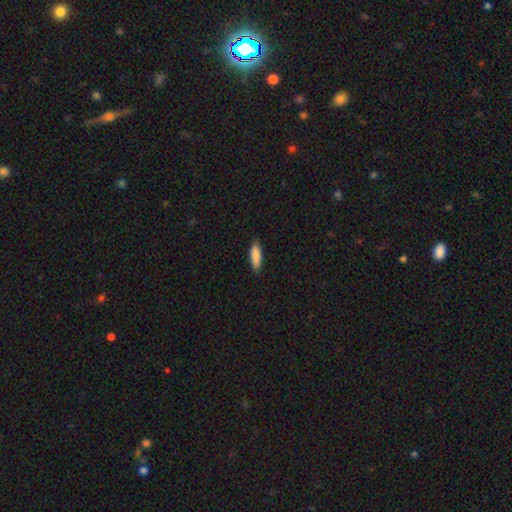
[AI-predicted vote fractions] This is clearly a smooth galaxy (88%). How rounded: possibly in between (52%). Merging: clearly none (88%).